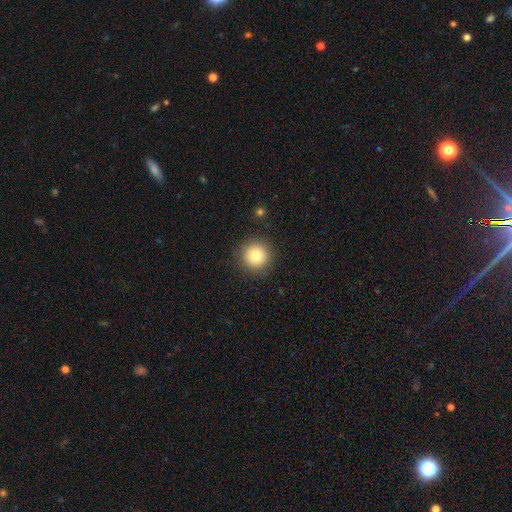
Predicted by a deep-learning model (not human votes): Smooth or featured: smooth — 82% (star or artifact — 11%)
How rounded: round — 95% (in between — 4%)
Merging: none — 89% (minor disturbance — 7%)